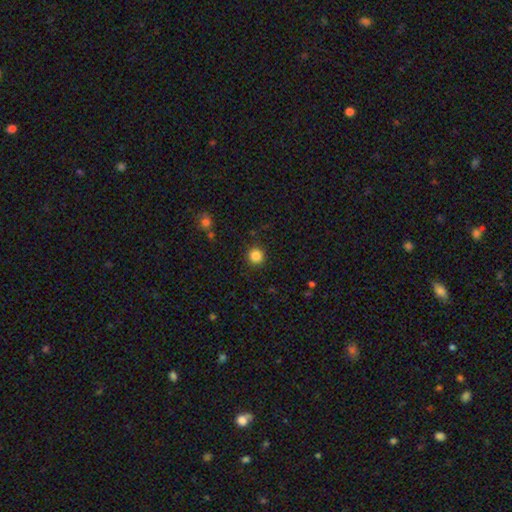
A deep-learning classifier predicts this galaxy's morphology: A smooth galaxy with no disk features (84%) that is round (95%).

Vote fractions:
- Smooth or featured? smooth: 84% / star or artifact: 12% / featured or disk: 4%
- How rounded? round: 95% / in between: 5% / cigar-shaped: 1%
- Merging? none: 91% / minor disturbance: 6% / major disturbance: 2% / merger: 1%